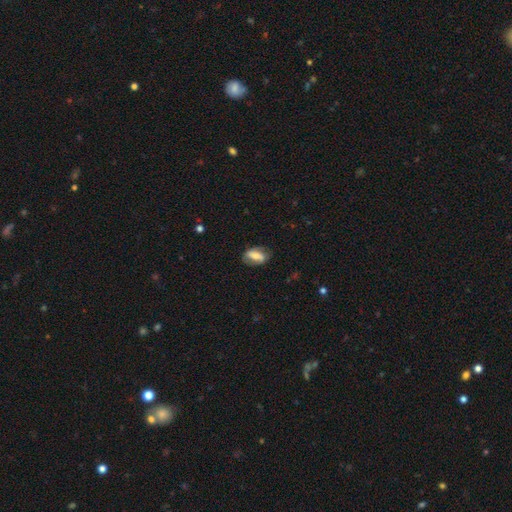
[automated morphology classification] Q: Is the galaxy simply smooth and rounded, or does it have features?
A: smooth — 51%.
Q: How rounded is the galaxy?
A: in between — 85%.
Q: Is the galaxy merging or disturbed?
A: none — 72%.